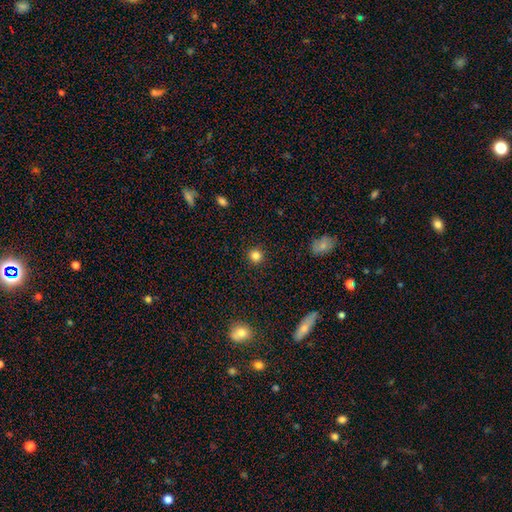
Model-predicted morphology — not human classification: The model was most divided on "smooth or featured": smooth: 83%, star or artifact: 12%, featured or disk: 4%. More confident: how rounded — round (93%); merging — none (91%).